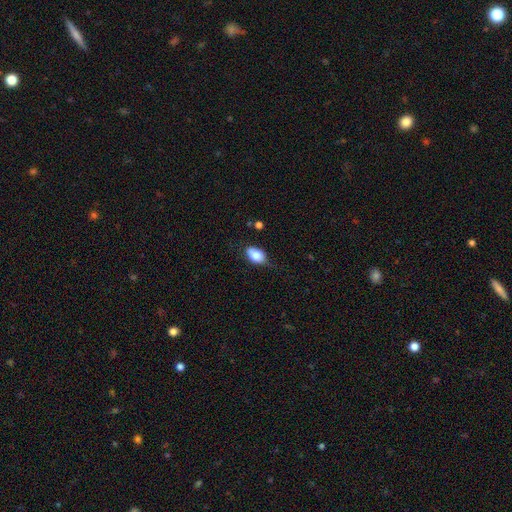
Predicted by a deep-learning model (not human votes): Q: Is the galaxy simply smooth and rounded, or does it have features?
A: smooth — 80%.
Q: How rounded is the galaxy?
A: in between — 84%.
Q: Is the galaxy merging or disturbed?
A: none — 58%.